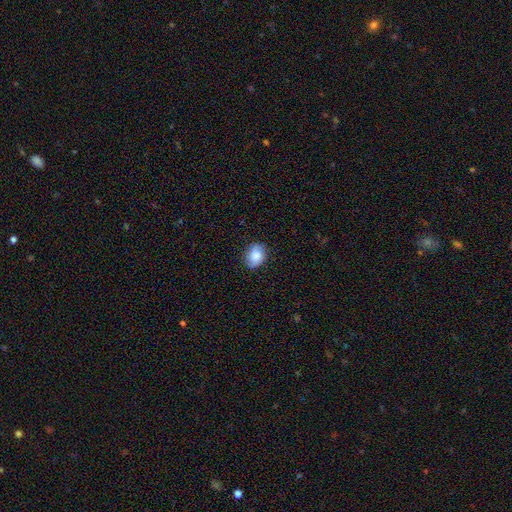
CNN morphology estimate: smooth 71%, featured or disk 20%, star or artifact 9%. Down the decision tree: how rounded — in between (66%); merging — none (81%).